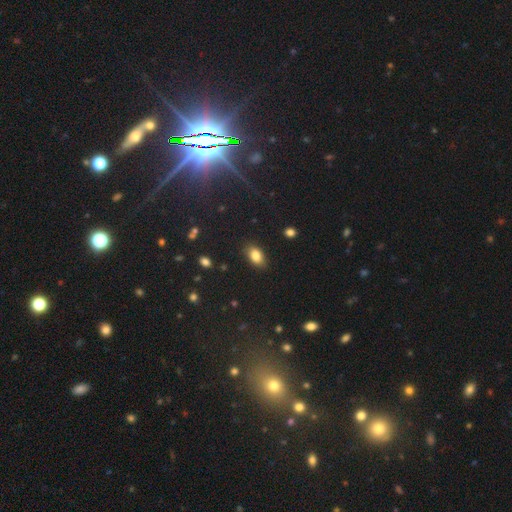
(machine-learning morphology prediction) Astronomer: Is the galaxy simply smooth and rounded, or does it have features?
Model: smooth — 84%.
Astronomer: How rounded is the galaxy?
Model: in between — 89%.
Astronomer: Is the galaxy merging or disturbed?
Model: none — 85%.